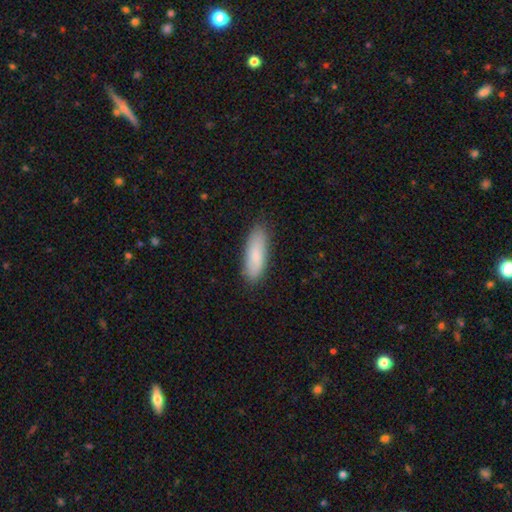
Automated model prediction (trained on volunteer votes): Smooth or featured: smooth — 84% (featured or disk — 10%)
How rounded: in between — 55% (cigar-shaped — 44%)
Merging: none — 85% (minor disturbance — 12%)